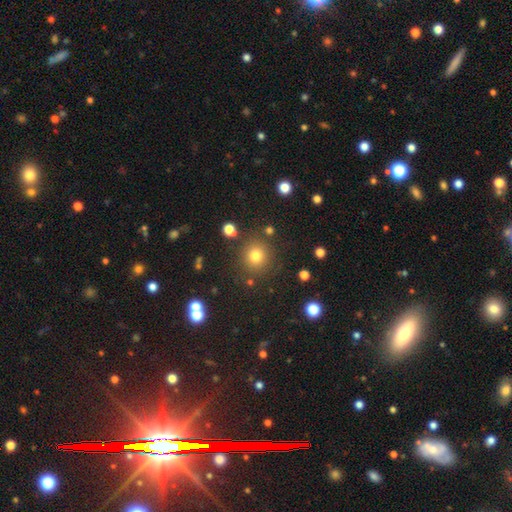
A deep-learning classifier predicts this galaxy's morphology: smooth 77%, star or artifact 16%, featured or disk 7%. Down the decision tree: how rounded — round (91%); merging — none (84%).